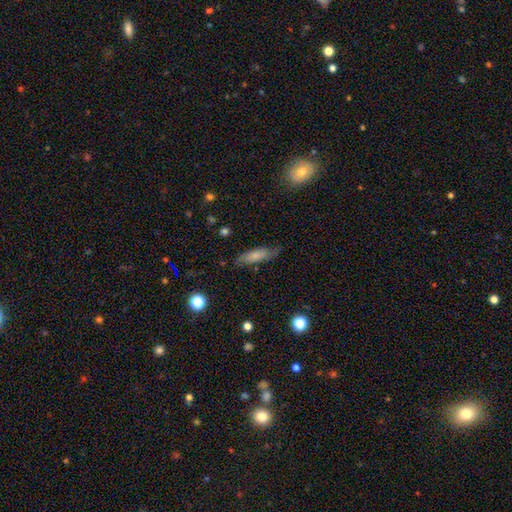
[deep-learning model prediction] The model was most divided on "how rounded": cigar-shaped: 53%, in between: 44%, round: 2%. More confident: merging — none (73%); smooth or featured — smooth (69%).